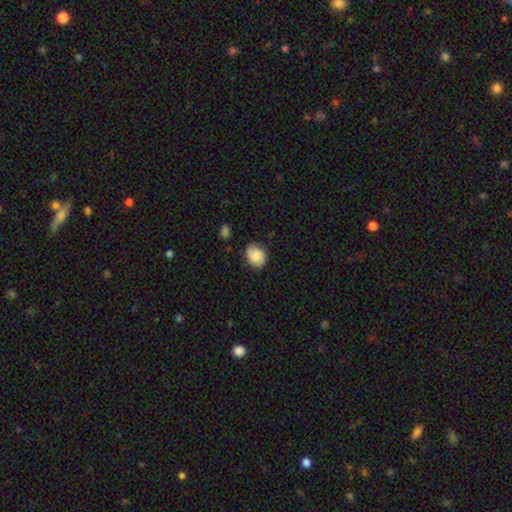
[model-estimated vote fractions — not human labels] smooth_or_featured: smooth (p=0.75) [alt: featured or disk p=0.17]
how_rounded: round (p=0.50) [alt: in between p=0.49]
merging: none (p=0.77) [alt: minor disturbance p=0.18]